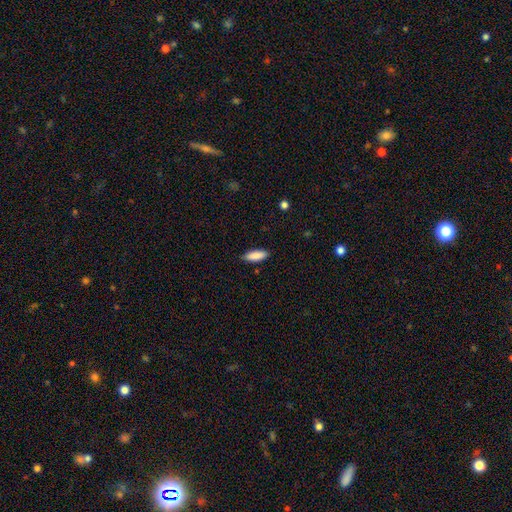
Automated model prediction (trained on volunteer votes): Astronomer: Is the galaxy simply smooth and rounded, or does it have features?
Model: smooth — 88%.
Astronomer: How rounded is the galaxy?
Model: in between — 61% (runner-up: cigar-shaped, 37%).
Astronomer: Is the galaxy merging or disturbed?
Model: none — 87%.